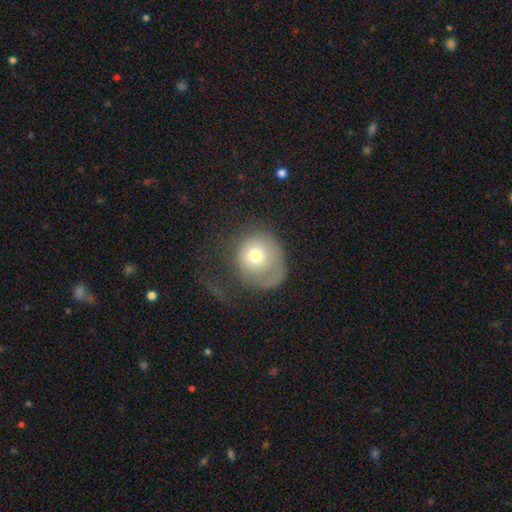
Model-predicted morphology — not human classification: This appears to be a smooth galaxy with no disk features (64%) that is round (80%). Merging: major disturbance (46%).